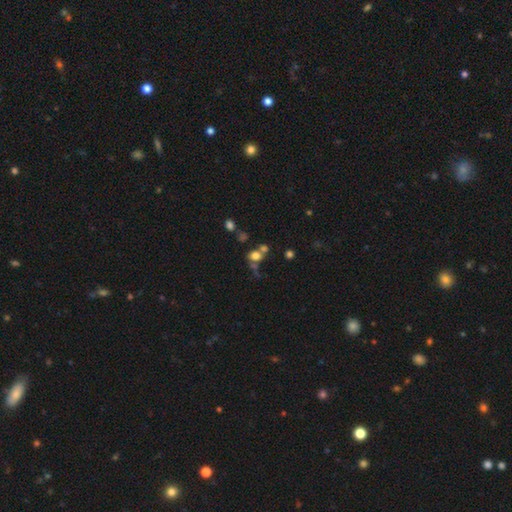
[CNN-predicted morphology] Q: Smooth or featured?
A: smooth (65%); runner-up: star or artifact (18%)
Q: How rounded?
A: round (61%); runner-up: in between (37%)
Q: Merging?
A: merger (40%); runner-up: none (35%)